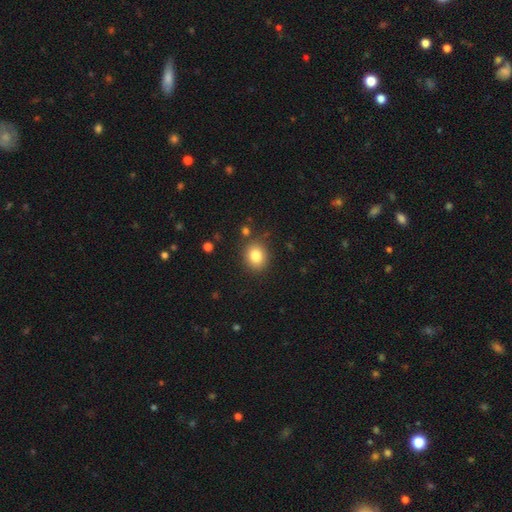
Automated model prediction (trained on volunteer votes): Morphology: type=smooth (82%); roundness=round (68%); merging=none (84%).